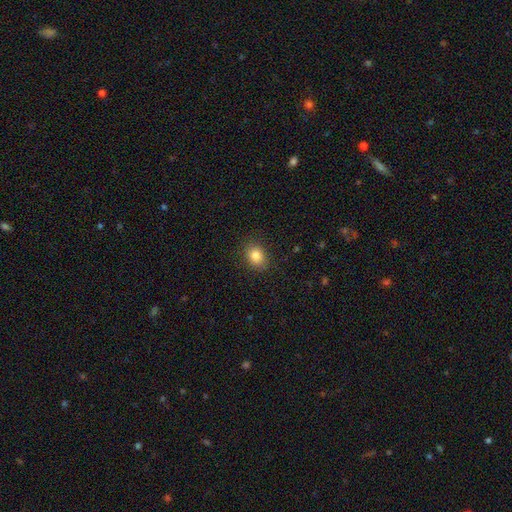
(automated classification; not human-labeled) A smooth galaxy with no disk features (84%) that is in between round and cigar-shaped (53%). Merging: none (87%).